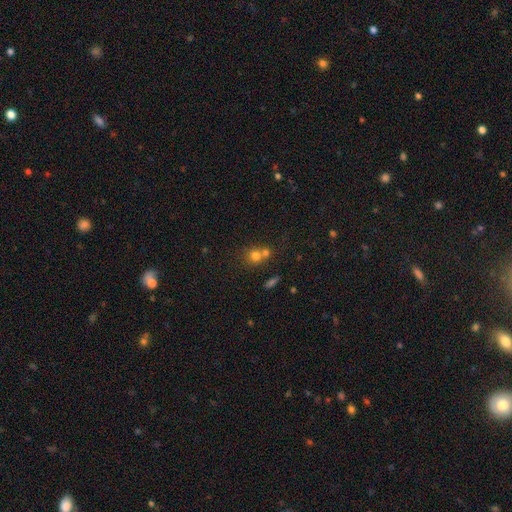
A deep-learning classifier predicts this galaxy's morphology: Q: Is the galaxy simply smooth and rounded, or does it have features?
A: smooth — 73%.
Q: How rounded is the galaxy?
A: round — 80%.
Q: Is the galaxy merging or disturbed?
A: merger — 48%.